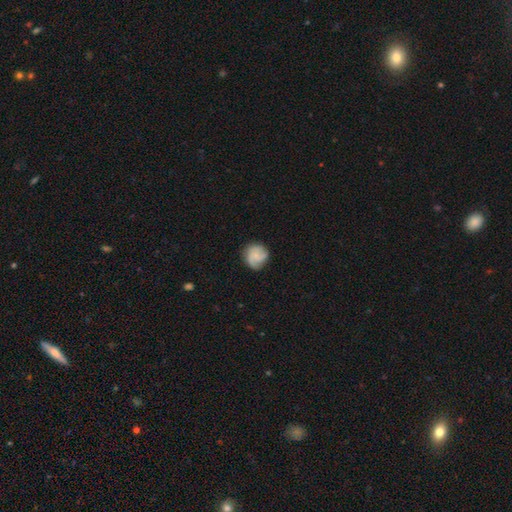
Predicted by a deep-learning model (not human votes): A featured or disk galaxy (49%). Merging: none (73%).